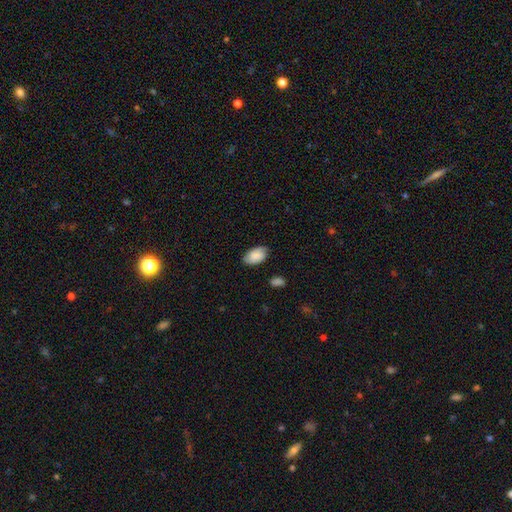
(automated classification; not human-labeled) This is likely a smooth galaxy (80%). How rounded: clearly in between (92%). Merging: likely none (79%).